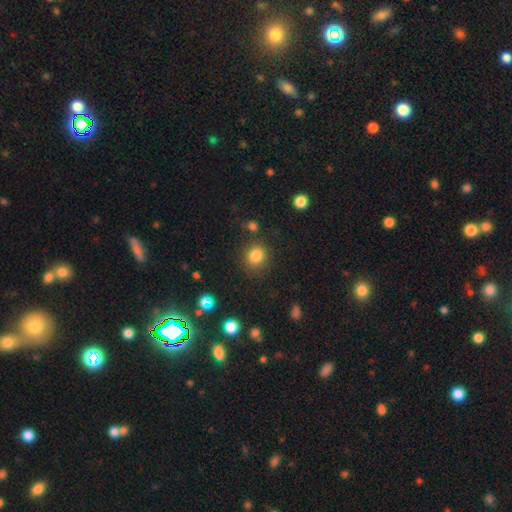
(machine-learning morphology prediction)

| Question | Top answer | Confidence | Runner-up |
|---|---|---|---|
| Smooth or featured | smooth | 83% | star or artifact (12%) |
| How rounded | round | 83% | in between (16%) |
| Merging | none | 83% | minor disturbance (10%) |